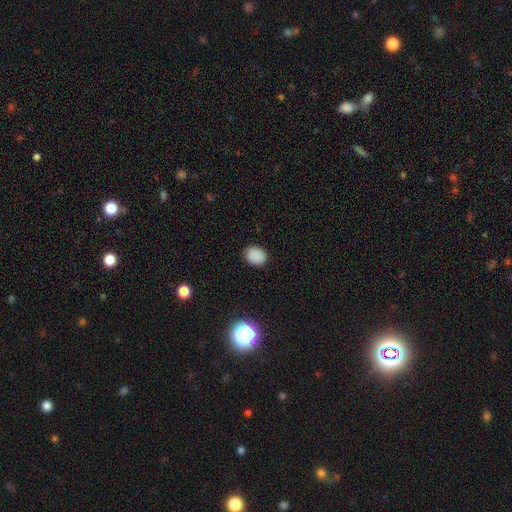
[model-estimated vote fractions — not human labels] Smooth or featured?
  - smooth: 87% *
  - star or artifact: 10%
  - featured or disk: 3%
How rounded?
  - in between: 61% *
  - round: 38%
  - cigar-shaped: 1%
Merging?
  - none: 88% *
  - minor disturbance: 9%
  - major disturbance: 2%
  - merger: 1%